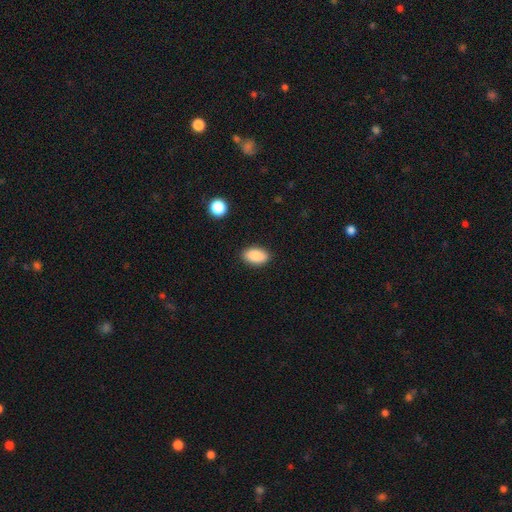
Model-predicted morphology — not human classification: smooth-or-featured: smooth: 89% | star or artifact: 7% | featured or disk: 4%
  how-rounded: in between: 92% | round: 6% | cigar-shaped: 2%
  merging: none: 88% | minor disturbance: 9% | major disturbance: 2% | merger: 1%